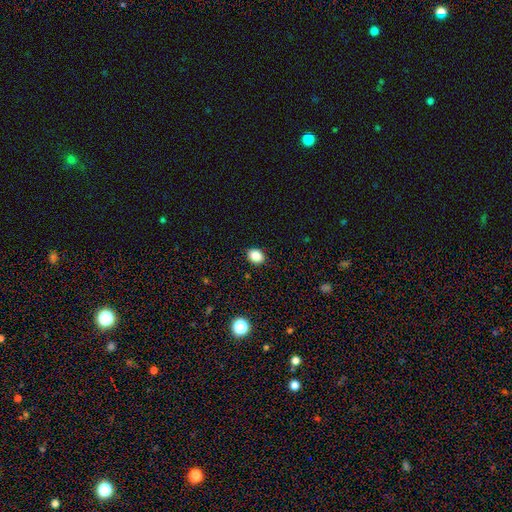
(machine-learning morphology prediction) Q: Smooth or featured?
A: smooth (86%); runner-up: star or artifact (10%)
Q: How rounded?
A: in between (55%); runner-up: round (44%)
Q: Merging?
A: none (90%); runner-up: minor disturbance (7%)